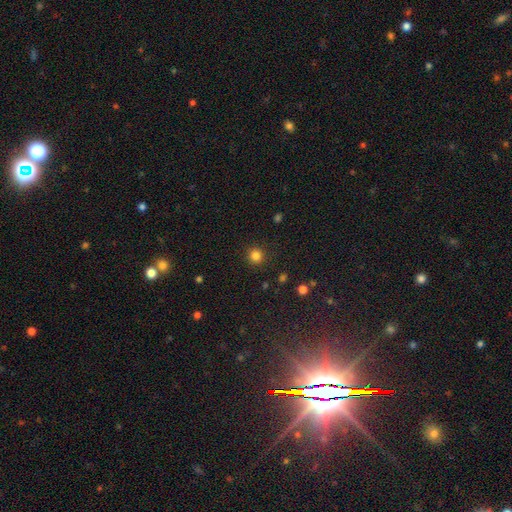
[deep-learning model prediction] smooth 83%, star or artifact 13%, featured or disk 4%. Down the decision tree: how rounded — round (94%); merging — none (91%).